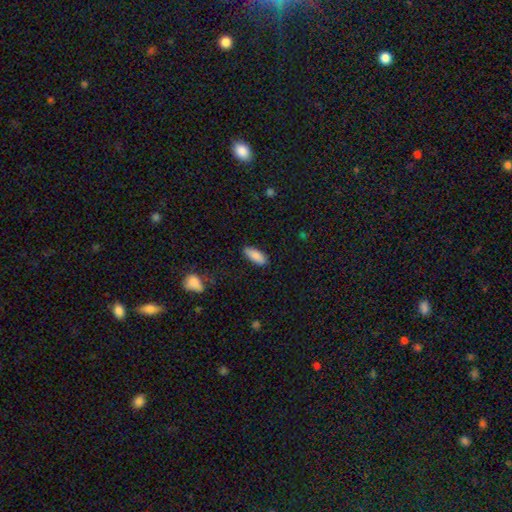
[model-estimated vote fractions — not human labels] A smooth galaxy with no disk features (88%) that is in between round and cigar-shaped (81%).

Vote fractions:
- Smooth or featured? smooth: 88% / star or artifact: 6% / featured or disk: 5%
- How rounded? in between: 81% / cigar-shaped: 18% / round: 2%
- Merging? none: 86% / minor disturbance: 10% / major disturbance: 2% / merger: 1%